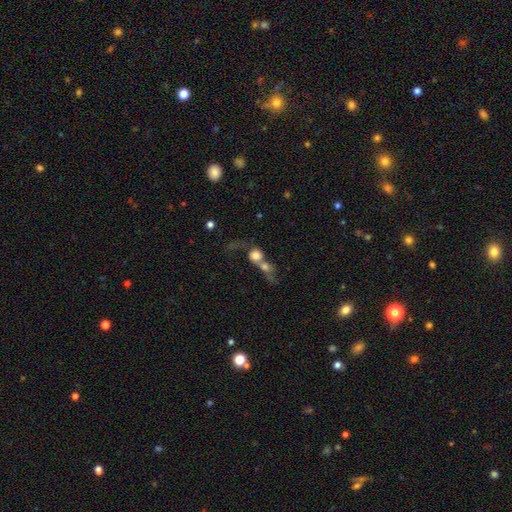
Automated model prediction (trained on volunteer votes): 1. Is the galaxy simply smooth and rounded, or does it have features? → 67% smooth, 21% featured or disk, 12% star or artifact.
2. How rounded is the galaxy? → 74% round, 23% in between, 3% cigar-shaped.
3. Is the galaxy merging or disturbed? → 71% merger, 14% none, 10% major disturbance, 5% minor disturbance.